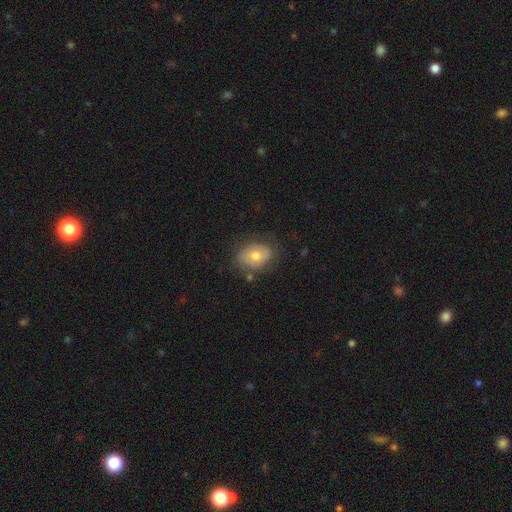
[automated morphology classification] Overall: smooth (60%; featured or disk 31%). How rounded: in between (64%; round 35%). Merging: none (72%).